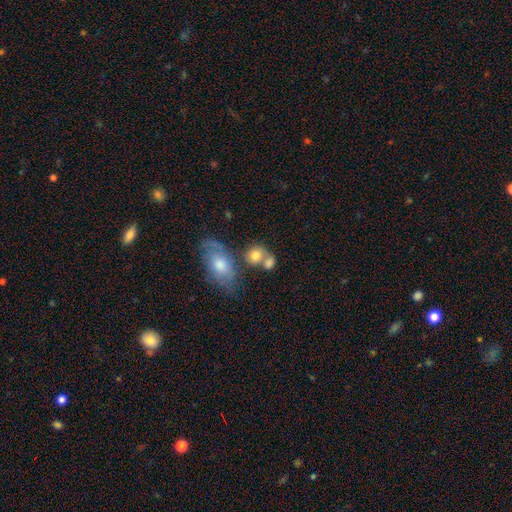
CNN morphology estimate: Q: Smooth or featured?
A: smooth (76%); runner-up: featured or disk (15%)
Q: How rounded?
A: round (59%); runner-up: in between (39%)
Q: Merging?
A: none (42%); runner-up: merger (40%)